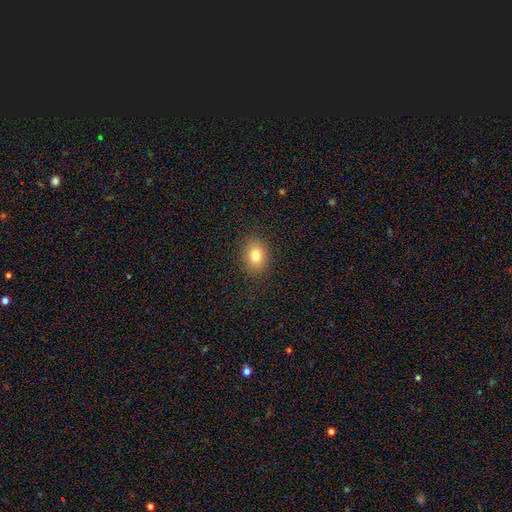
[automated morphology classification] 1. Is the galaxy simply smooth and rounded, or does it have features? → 81% smooth, 11% star or artifact, 9% featured or disk.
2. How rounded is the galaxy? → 55% in between, 44% round, 1% cigar-shaped.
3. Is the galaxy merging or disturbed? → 88% none, 8% minor disturbance, 3% major disturbance, 1% merger.